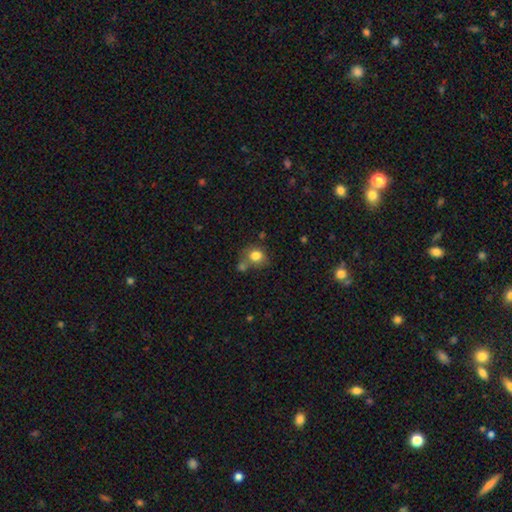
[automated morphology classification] The model was most divided on "merging": none: 51%, merger: 24%, minor disturbance: 17%, major disturbance: 7%. More confident: smooth or featured — smooth (80%); how rounded — round (70%).